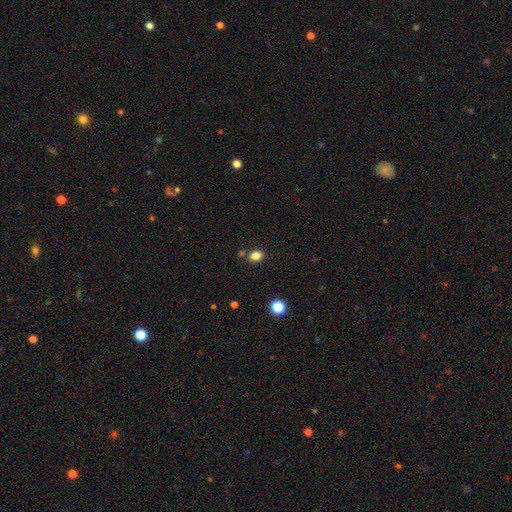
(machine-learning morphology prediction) The model was most divided on "how rounded": in between: 56%, round: 43%, cigar-shaped: 1%. More confident: smooth or featured — smooth (82%); merging — none (79%).